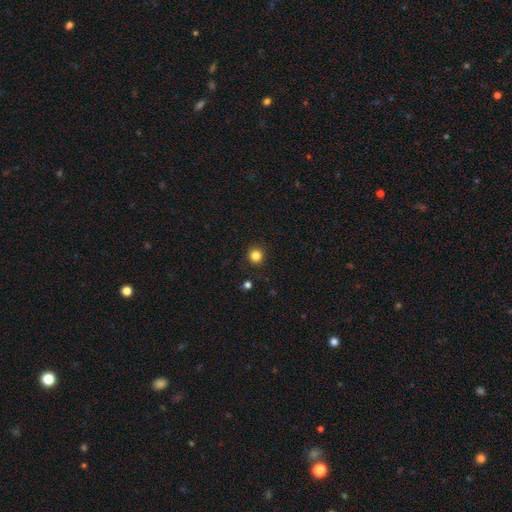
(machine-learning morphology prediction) smooth_or_featured: smooth (p=0.84) [alt: star or artifact p=0.13]
how_rounded: round (p=0.95) [alt: in between p=0.04]
merging: none (p=0.92) [alt: minor disturbance p=0.05]